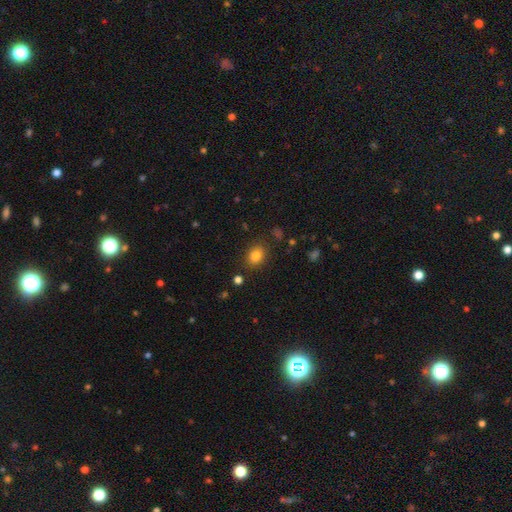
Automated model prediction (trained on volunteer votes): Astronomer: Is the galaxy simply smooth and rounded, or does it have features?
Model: smooth — 84%.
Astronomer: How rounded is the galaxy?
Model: in between — 61% (runner-up: round, 38%).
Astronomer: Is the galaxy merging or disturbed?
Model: none — 82%.